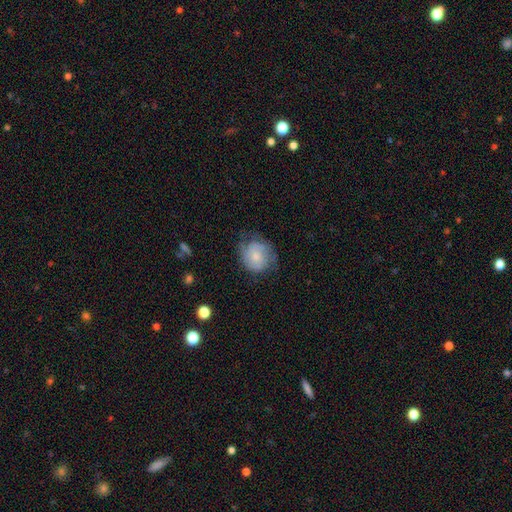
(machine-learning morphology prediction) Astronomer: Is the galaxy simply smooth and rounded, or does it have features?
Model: smooth — 51% (runner-up: featured or disk, 42%).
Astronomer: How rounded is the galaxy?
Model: round — 74%.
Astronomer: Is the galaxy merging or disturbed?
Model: none — 56%.